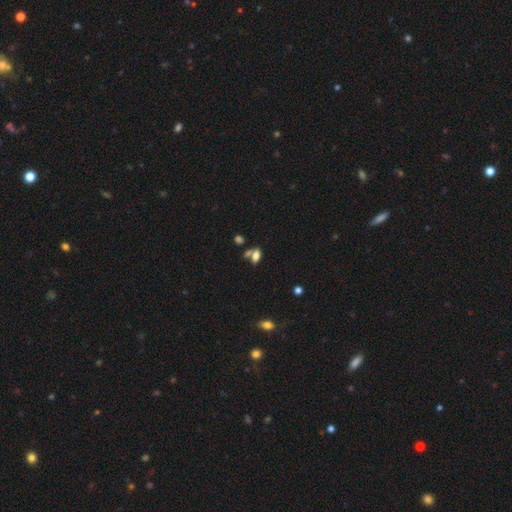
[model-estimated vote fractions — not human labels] Overall: smooth (71%). How rounded: in between (84%). Merging: none (45%; merger 34%).